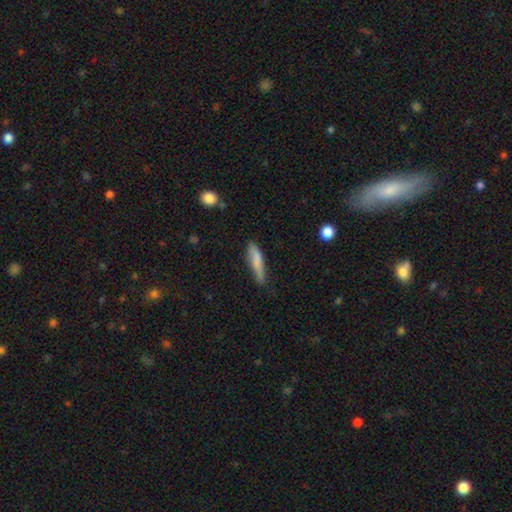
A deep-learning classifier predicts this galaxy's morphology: Q: Smooth or featured?
A: smooth (76%); runner-up: featured or disk (18%)
Q: How rounded?
A: cigar-shaped (86%); runner-up: in between (12%)
Q: Merging?
A: none (71%); runner-up: minor disturbance (23%)